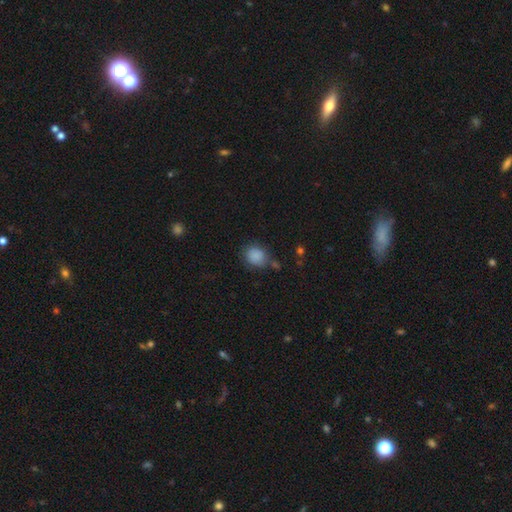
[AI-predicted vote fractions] The model was most divided on "how rounded": round: 68%, in between: 31%, cigar-shaped: 1%. More confident: smooth or featured — smooth (87%); merging — none (69%).